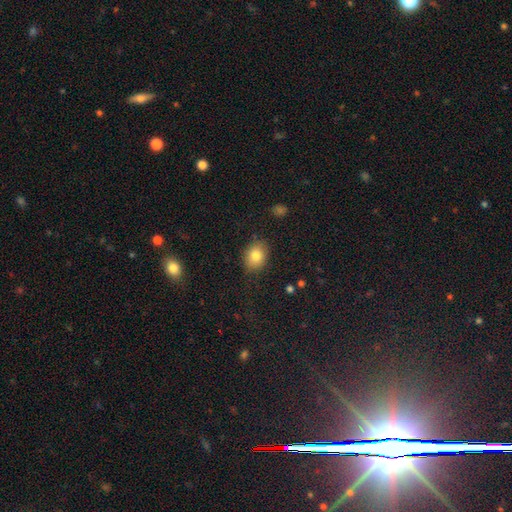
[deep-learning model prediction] Morphology: type=smooth (81%); roundness=in between (56%); merging=none (84%).